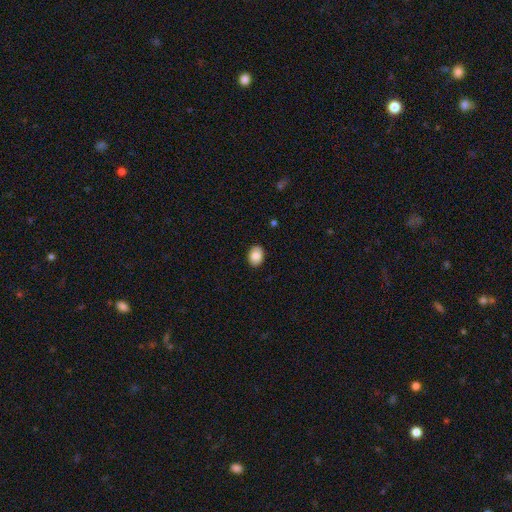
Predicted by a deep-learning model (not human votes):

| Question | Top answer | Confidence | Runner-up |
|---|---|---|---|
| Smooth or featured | smooth | 85% | featured or disk (7%) |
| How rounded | in between | 74% | round (25%) |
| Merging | none | 89% | minor disturbance (8%) |